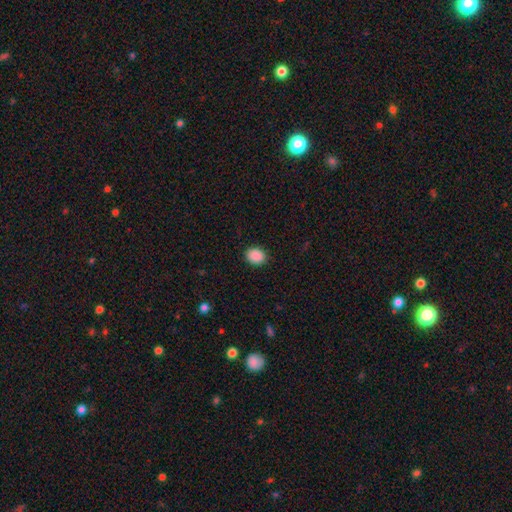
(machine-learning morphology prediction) Smooth or featured?
  - smooth: 89% *
  - star or artifact: 8%
  - featured or disk: 2%
How rounded?
  - round: 56% *
  - in between: 43%
  - cigar-shaped: 1%
Merging?
  - none: 90% *
  - minor disturbance: 7%
  - major disturbance: 2%
  - merger: 1%